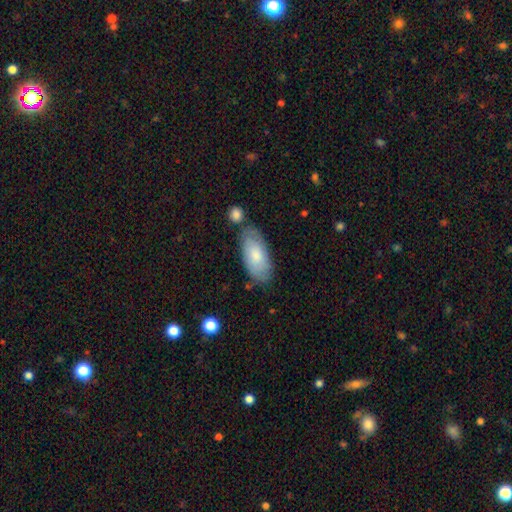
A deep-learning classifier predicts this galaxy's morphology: The model was most divided on "merging": none: 66%, minor disturbance: 20%, merger: 9%, major disturbance: 5%. More confident: how rounded — in between (90%); smooth or featured — smooth (71%).